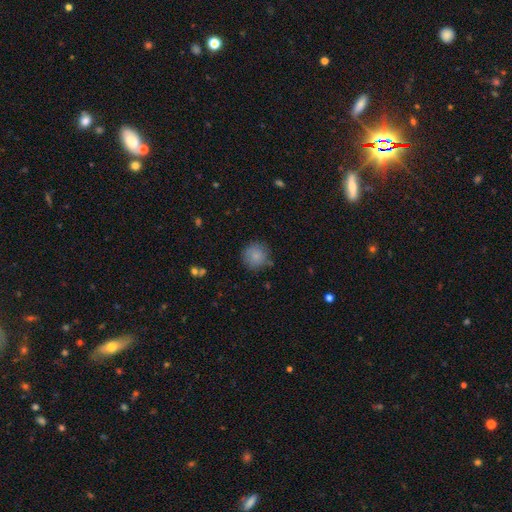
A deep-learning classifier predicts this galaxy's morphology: Overall: smooth (85%). How rounded: round (93%). Merging: none (82%).